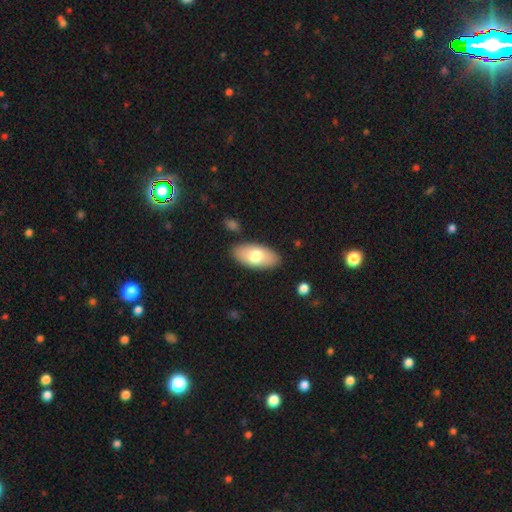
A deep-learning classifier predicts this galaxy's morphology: A smooth galaxy with no disk features (71%) that is in between round and cigar-shaped (93%). Merging: none (87%).